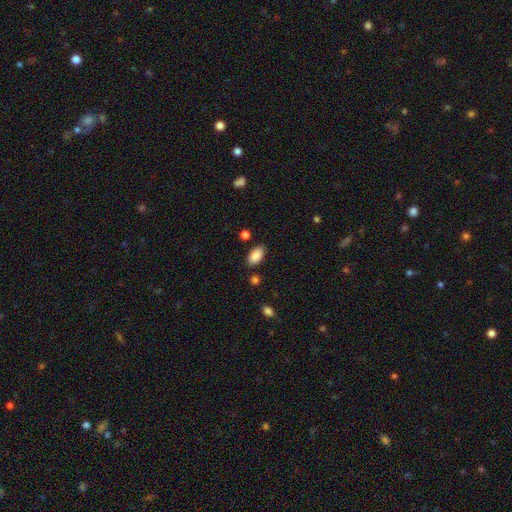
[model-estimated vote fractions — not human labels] Morphology: type=smooth (88%); roundness=in between (94%); merging=none (84%).